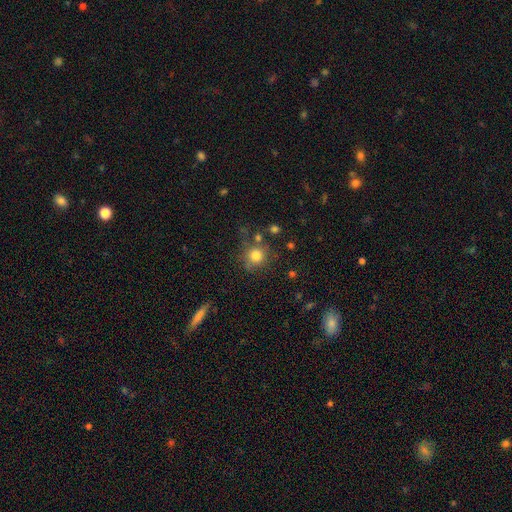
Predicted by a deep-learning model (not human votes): This appears to be a smooth galaxy with no disk features (79%) that is round (89%). Merging: none (71%).